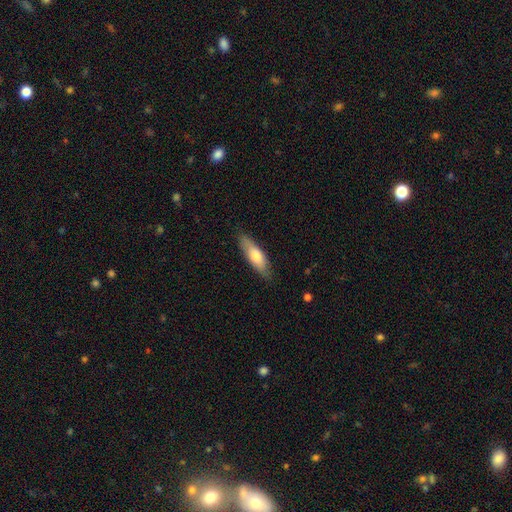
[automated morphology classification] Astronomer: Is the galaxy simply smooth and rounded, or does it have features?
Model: smooth — 69%.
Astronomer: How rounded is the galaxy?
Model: cigar-shaped — 54% (runner-up: in between, 44%).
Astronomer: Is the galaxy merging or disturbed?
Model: none — 84%.